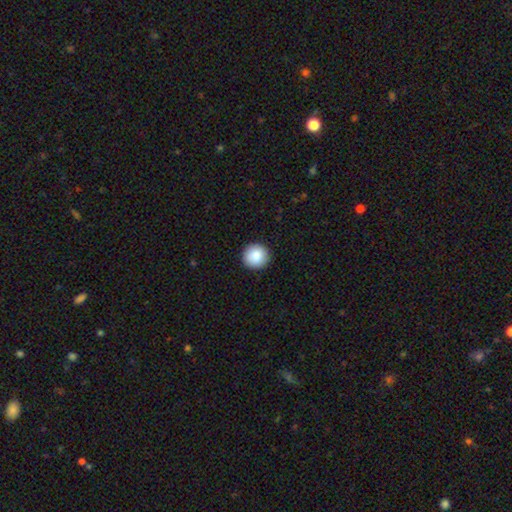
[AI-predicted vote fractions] Smooth or featured? smooth (88%)
How rounded? round (94%)
Merging? none (92%)